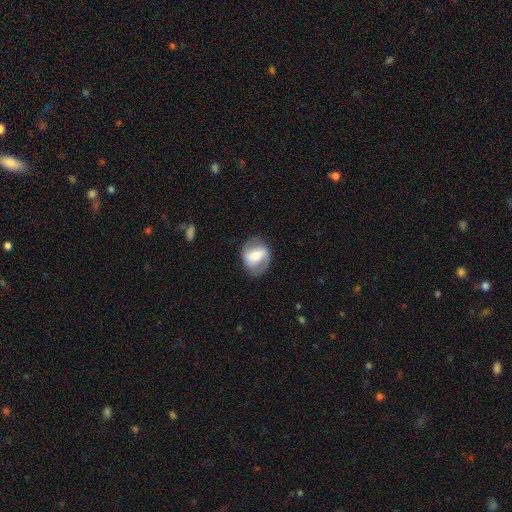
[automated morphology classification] Overall: featured or disk (62%; smooth 32%). Edge-on disk: no (96%). Bar: strong (46%; weak 35%). Spiral arms: yes (75%). Bulge size: moderate (50%; small 30%). Merging: none (76%).